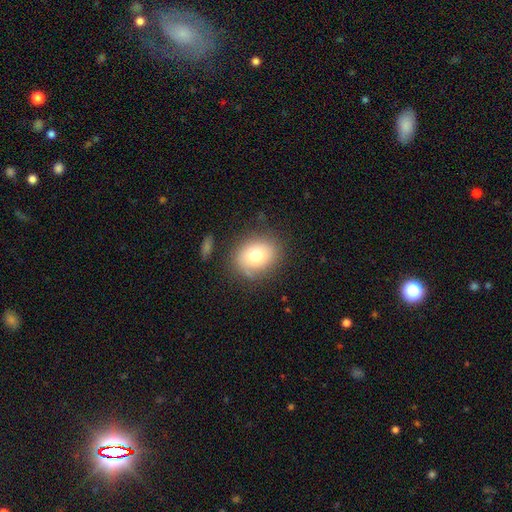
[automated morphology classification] Smooth or featured? Predicted: smooth (p=0.74). How rounded? Predicted: round (p=0.57). Merging? Predicted: none (p=0.77).